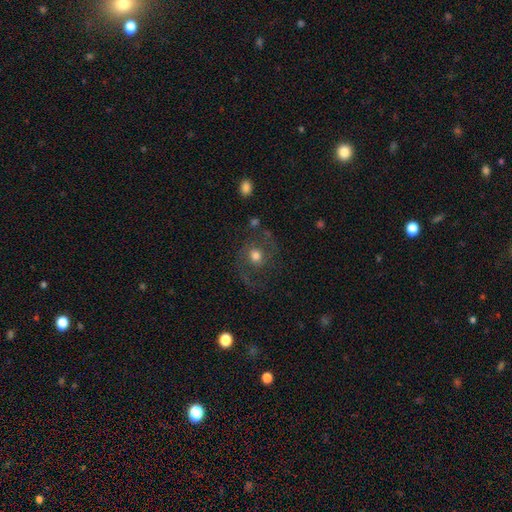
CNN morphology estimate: Smooth or featured: featured or disk — 56% (smooth — 34%)
Edge-on disk: no — 97% (yes — 3%)
Bar: no — 72% (weak — 23%)
Spiral arms: yes — 78% (no — 22%)
Bulge size: moderate — 67% (small — 15%)
Merging: none — 60% (major disturbance — 19%)